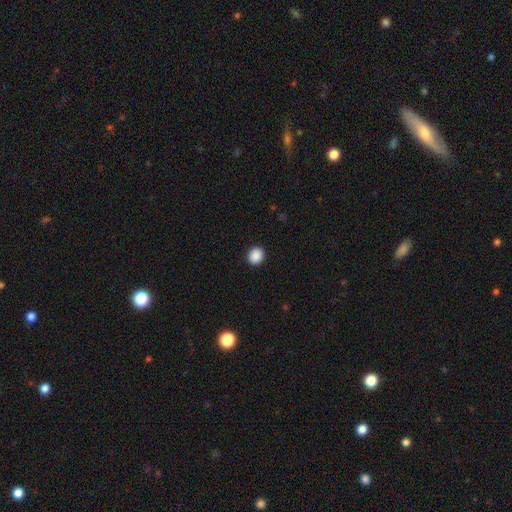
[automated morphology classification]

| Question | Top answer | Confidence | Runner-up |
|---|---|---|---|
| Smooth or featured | smooth | 89% | star or artifact (8%) |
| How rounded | round | 73% | in between (27%) |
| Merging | none | 92% | minor disturbance (5%) |